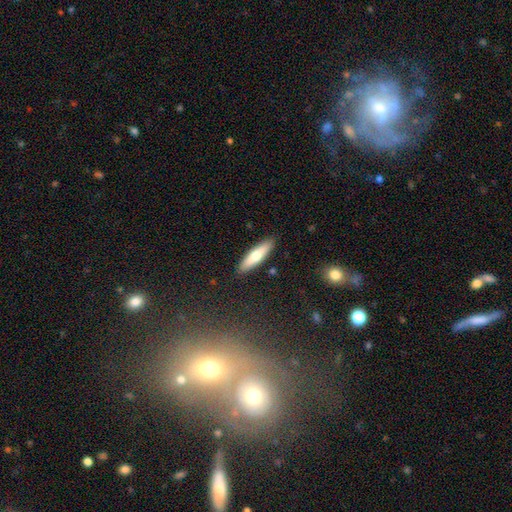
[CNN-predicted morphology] smooth 65%, featured or disk 30%, star or artifact 5%. Down the decision tree: how rounded — cigar-shaped (71%); merging — none (90%).